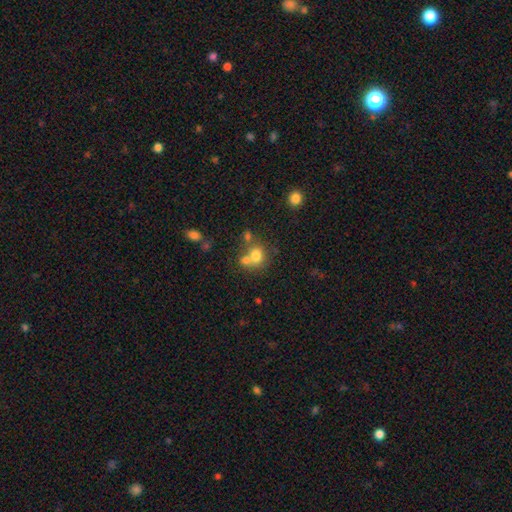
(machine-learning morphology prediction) A smooth galaxy with no disk features (74%) that is round (70%). Merging: none (43%, tied with merger).